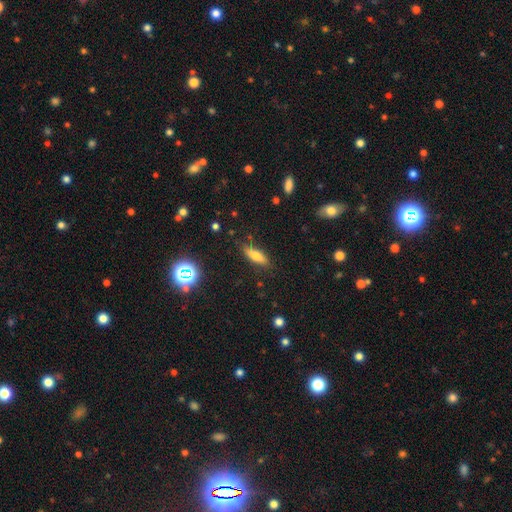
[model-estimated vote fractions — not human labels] The model was most divided on "how rounded": in between: 50%, cigar-shaped: 46%, round: 3%. More confident: merging — none (83%); smooth or featured — smooth (65%).